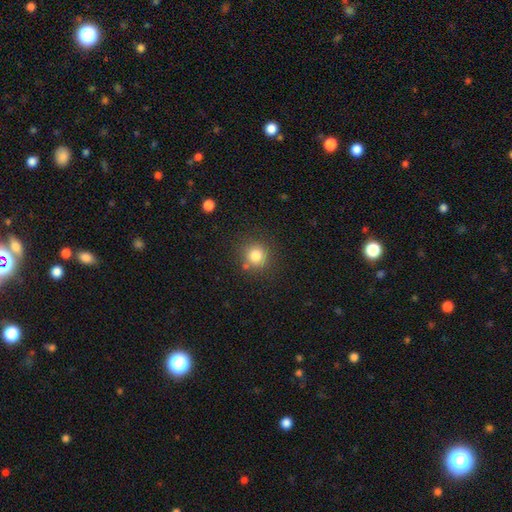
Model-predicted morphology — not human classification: This appears to be a smooth galaxy with no disk features (82%) that is round (92%). Merging: none (81%).